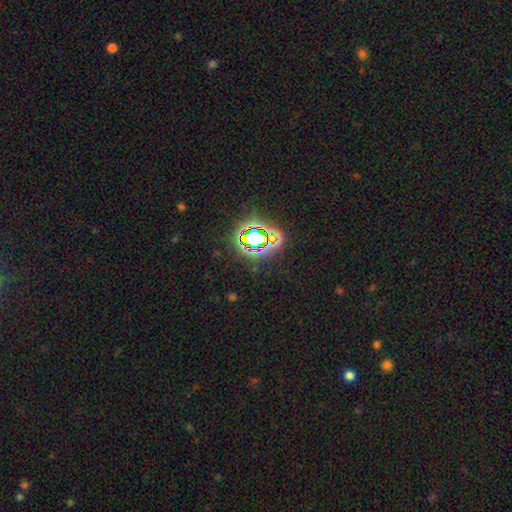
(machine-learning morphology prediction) The model was most divided on "smooth or featured": star or artifact: 80%, smooth: 13%, featured or disk: 8%.